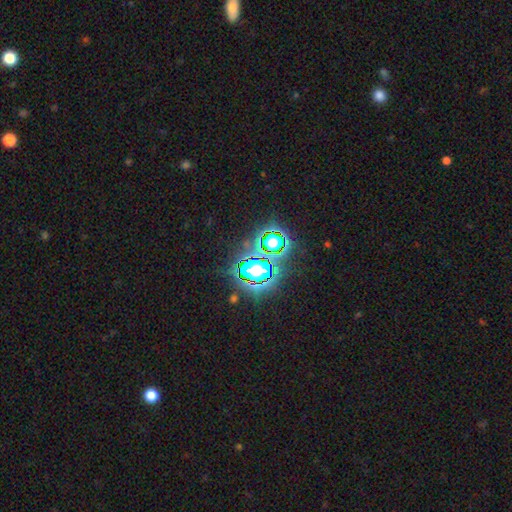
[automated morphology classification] This is clearly a star or artifact rather than a galaxy (81%).